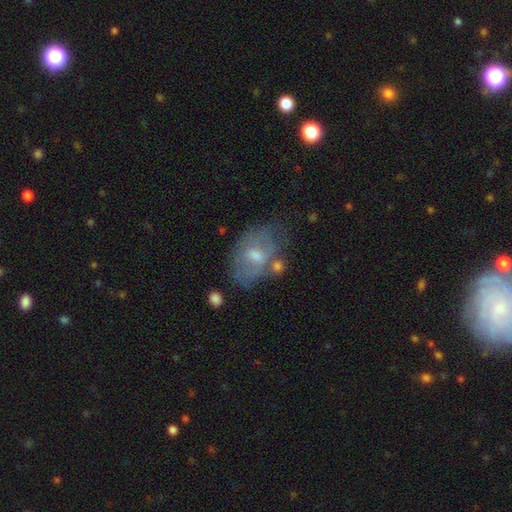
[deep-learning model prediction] Smooth or featured: featured or disk — 47% (smooth — 45%)
Merging: none — 46% (minor disturbance — 26%)